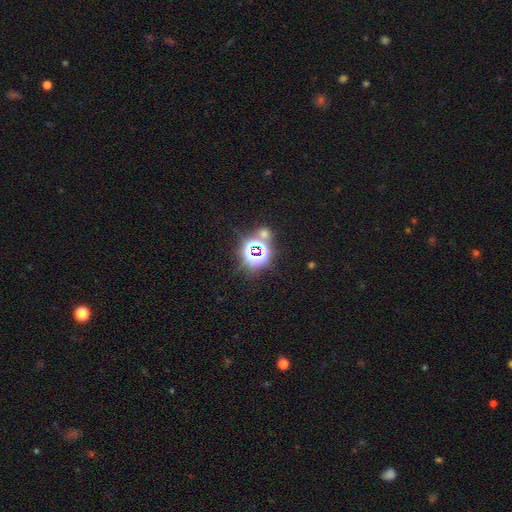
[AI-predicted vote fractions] Smooth or featured: star or artifact — 78% (smooth — 14%)